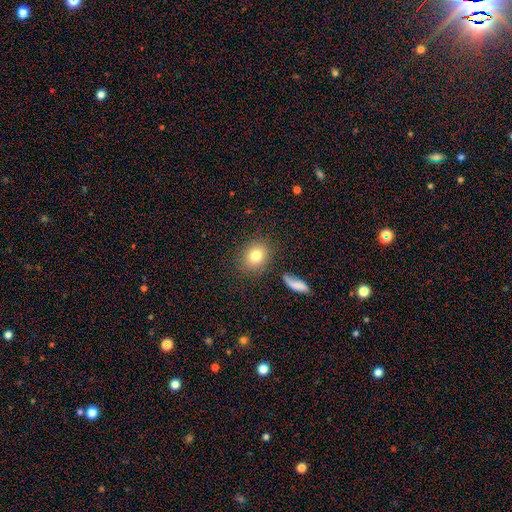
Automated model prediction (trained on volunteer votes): Q: Smooth or featured?
A: smooth (80%); runner-up: star or artifact (10%)
Q: How rounded?
A: round (62%); runner-up: in between (37%)
Q: Merging?
A: none (83%); runner-up: minor disturbance (10%)